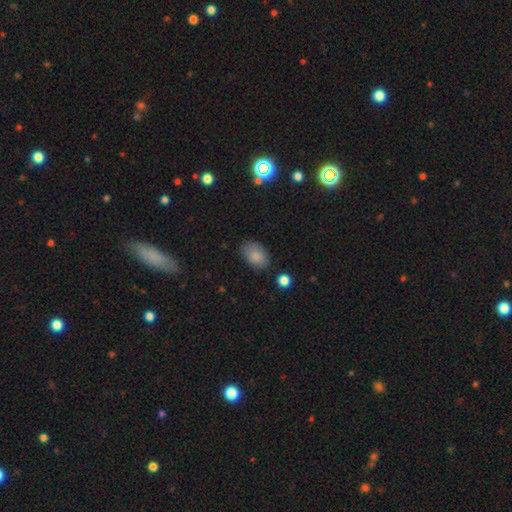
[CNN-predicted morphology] Smooth or featured? smooth (85%)
How rounded? in between (89%)
Merging? none (77%)